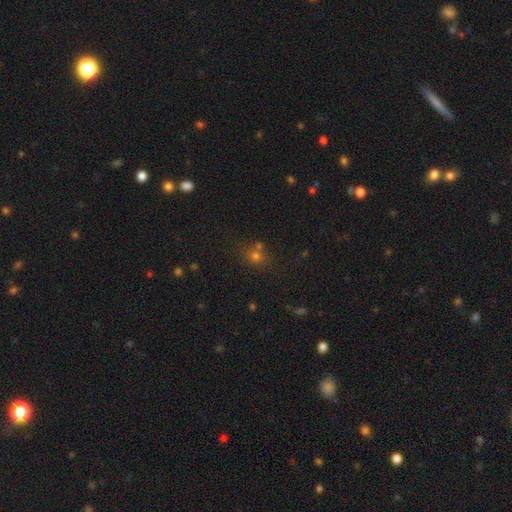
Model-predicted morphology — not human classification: A smooth galaxy with no disk features (61%) that is round (77%). Merging: none (67%).